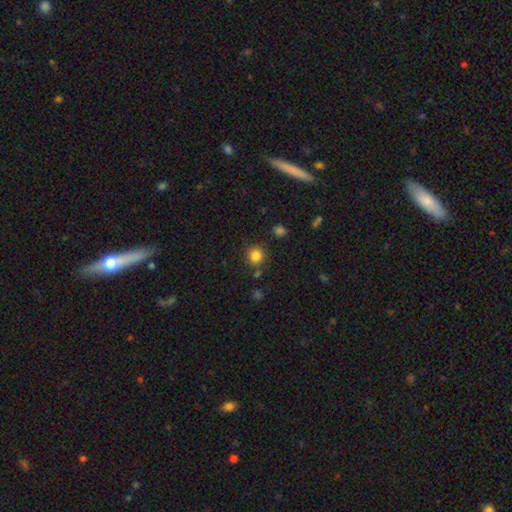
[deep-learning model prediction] Q: Smooth or featured?
A: smooth (84%); runner-up: star or artifact (12%)
Q: How rounded?
A: round (92%); runner-up: in between (7%)
Q: Merging?
A: none (84%); runner-up: minor disturbance (9%)